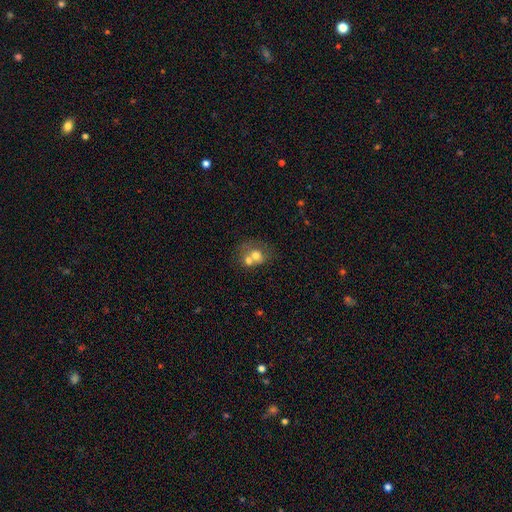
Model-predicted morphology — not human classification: Smooth or featured?
  - smooth: 64% *
  - featured or disk: 26%
  - star or artifact: 11%
How rounded?
  - round: 65% *
  - in between: 34%
  - cigar-shaped: 1%
Merging?
  - merger: 56% *
  - none: 30%
  - minor disturbance: 9%
  - major disturbance: 5%